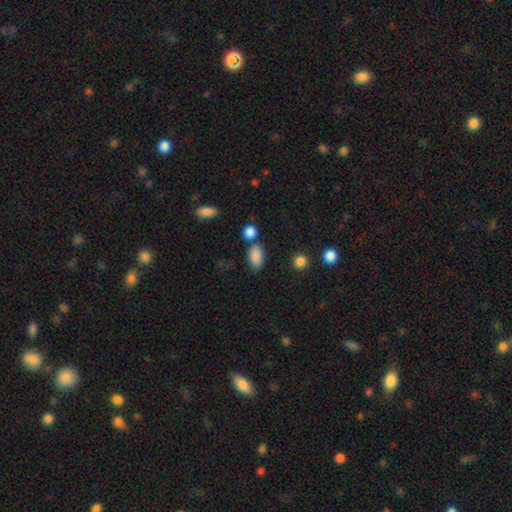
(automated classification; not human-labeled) The model was most divided on "merging": none: 66%, minor disturbance: 16%, merger: 14%, major disturbance: 4%. More confident: how rounded — in between (90%); smooth or featured — smooth (87%).